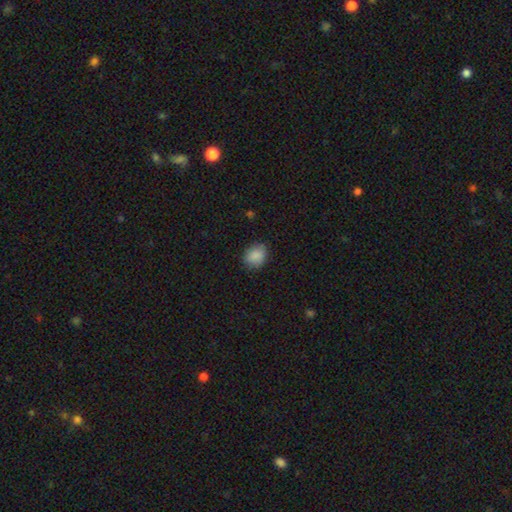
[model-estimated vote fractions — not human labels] A smooth galaxy with no disk features (88%) that is in between round and cigar-shaped (50%).

Vote fractions:
- Smooth or featured? smooth: 88% / star or artifact: 8% / featured or disk: 4%
- How rounded? in between: 50% / round: 49% / cigar-shaped: 1%
- Merging? none: 83% / minor disturbance: 13% / major disturbance: 3% / merger: 1%